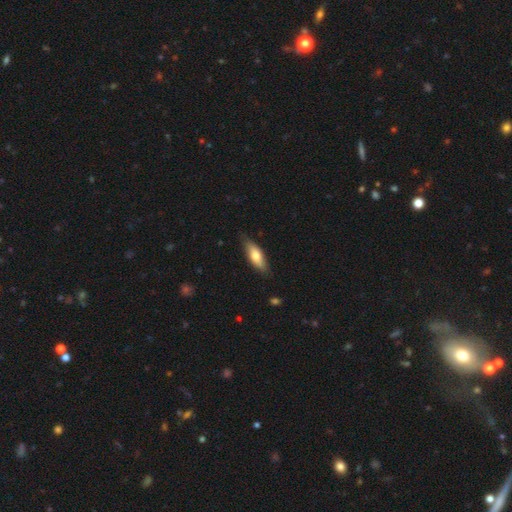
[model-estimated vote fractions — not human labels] smooth-or-featured: smooth: 69% | featured or disk: 26% | star or artifact: 6%
  how-rounded: in between: 63% | cigar-shaped: 34% | round: 2%
  merging: none: 80% | minor disturbance: 17% | major disturbance: 2% | merger: 1%